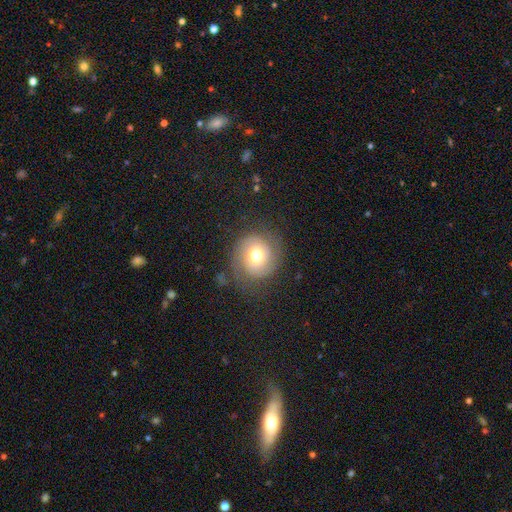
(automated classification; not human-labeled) Q: Smooth or featured?
A: featured or disk (47%); runner-up: smooth (43%)
Q: Merging?
A: none (72%); runner-up: minor disturbance (17%)